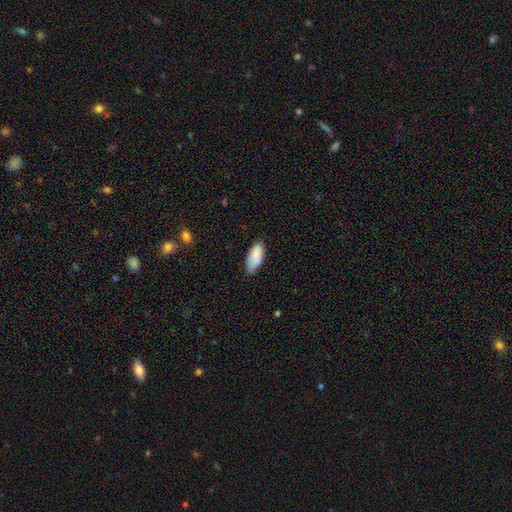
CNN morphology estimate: type=smooth (86%); roundness=in between (88%); merging=none (59%).